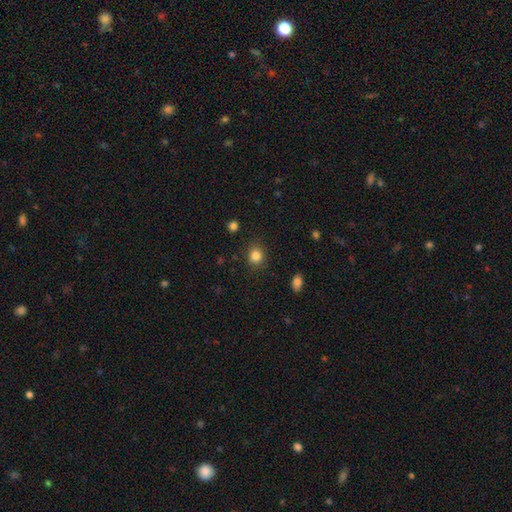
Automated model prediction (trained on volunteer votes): A smooth galaxy with no disk features (85%) that is round (77%). Merging: none (86%).